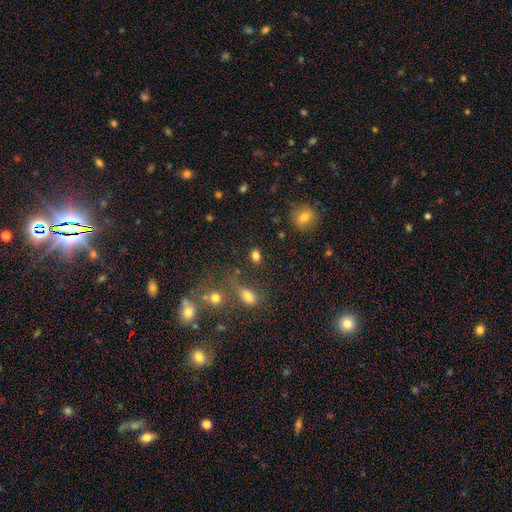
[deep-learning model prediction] Smooth or featured: smooth — 80% (star or artifact — 14%)
How rounded: in between — 62% (round — 36%)
Merging: none — 78% (minor disturbance — 11%)